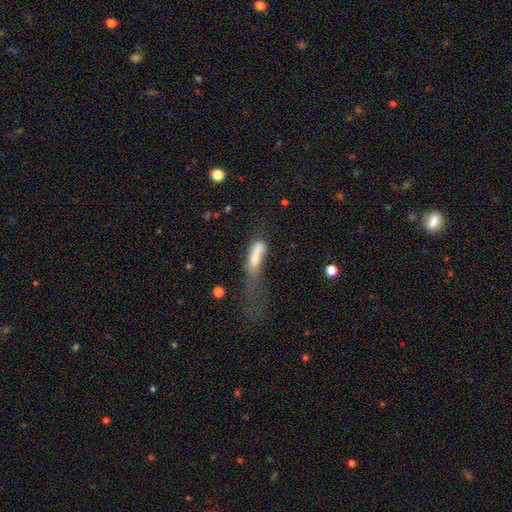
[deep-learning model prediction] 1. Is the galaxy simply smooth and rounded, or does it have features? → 61% smooth, 28% featured or disk, 10% star or artifact.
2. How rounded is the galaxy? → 50% in between, 45% cigar-shaped, 6% round.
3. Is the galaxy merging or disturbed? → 50% major disturbance, 22% merger, 15% minor disturbance, 13% none.